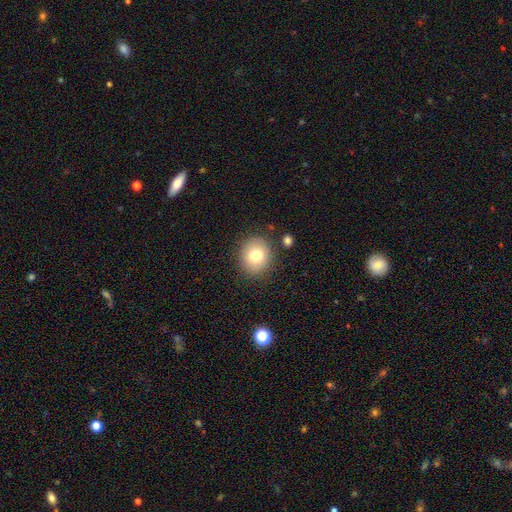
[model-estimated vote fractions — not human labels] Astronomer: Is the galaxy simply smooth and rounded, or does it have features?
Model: smooth — 77%.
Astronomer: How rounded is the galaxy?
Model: round — 75%.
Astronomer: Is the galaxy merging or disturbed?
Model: none — 85%.